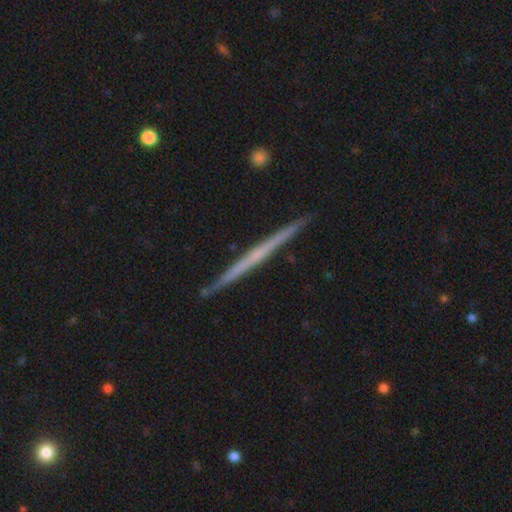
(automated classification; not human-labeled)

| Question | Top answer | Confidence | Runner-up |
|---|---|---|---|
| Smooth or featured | featured or disk | 69% | smooth (25%) |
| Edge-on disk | yes | 98% | no (2%) |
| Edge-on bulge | none | 78% | rounded (17%) |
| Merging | none | 92% | minor disturbance (5%) |